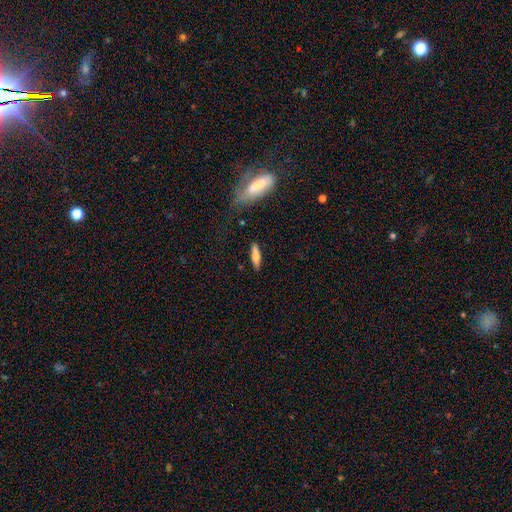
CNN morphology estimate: Smooth or featured? smooth (74%)
How rounded? cigar-shaped (65%)
Merging? none (84%)